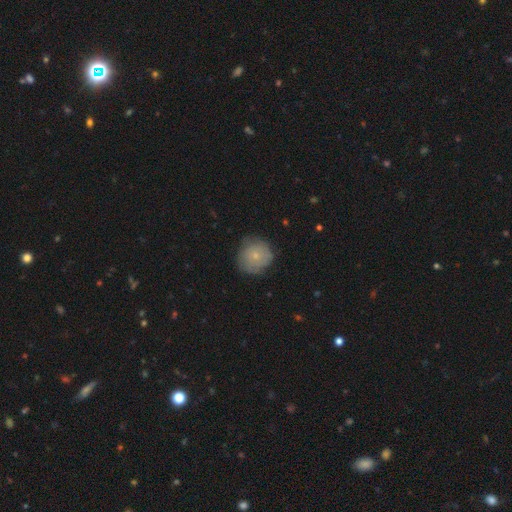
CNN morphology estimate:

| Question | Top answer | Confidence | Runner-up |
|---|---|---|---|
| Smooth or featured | smooth | 63% | featured or disk (30%) |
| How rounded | round | 89% | in between (10%) |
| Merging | none | 74% | minor disturbance (20%) |